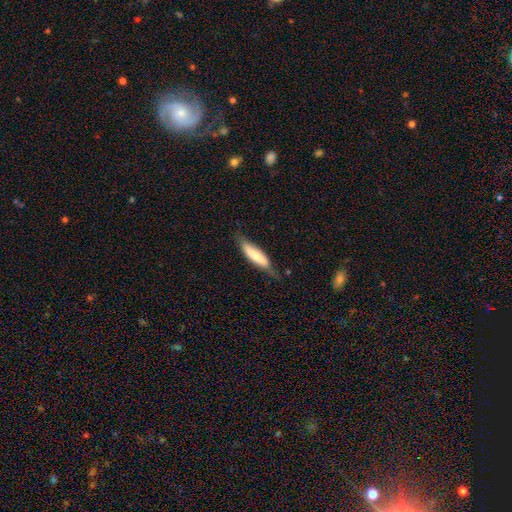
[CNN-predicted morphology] smooth-or-featured: smooth: 66% | featured or disk: 29% | star or artifact: 6%
  how-rounded: cigar-shaped: 63% | in between: 35% | round: 2%
  merging: none: 59% | minor disturbance: 31% | major disturbance: 9% | merger: 2%